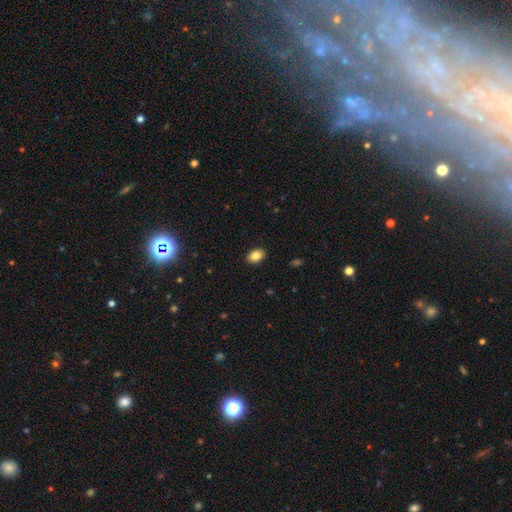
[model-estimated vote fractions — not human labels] The model was most divided on "how rounded": in between: 82%, round: 17%, cigar-shaped: 1%. More confident: merging — none (90%); smooth or featured — smooth (85%).